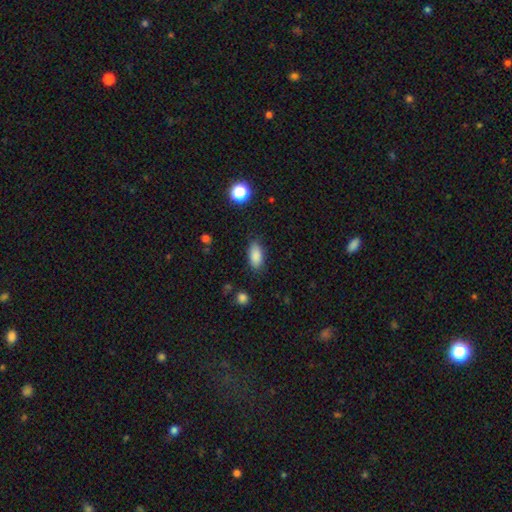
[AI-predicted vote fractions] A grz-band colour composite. It shows a smooth galaxy with no disk features (87%) that is in between round and cigar-shaped (90%). Merging: none (81%).